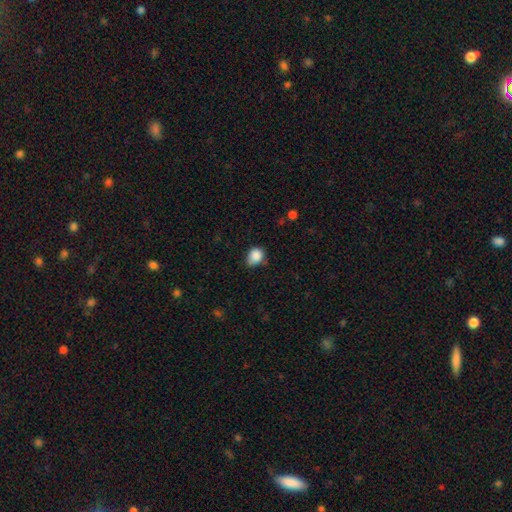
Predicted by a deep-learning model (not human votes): Q: Smooth or featured?
A: smooth (87%); runner-up: star or artifact (9%)
Q: How rounded?
A: round (55%); runner-up: in between (44%)
Q: Merging?
A: none (54%); runner-up: minor disturbance (37%)